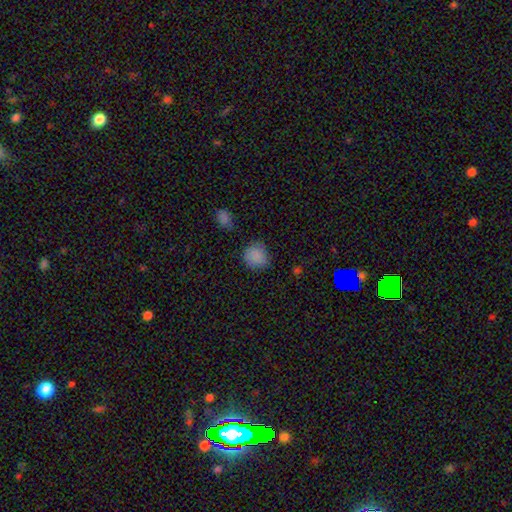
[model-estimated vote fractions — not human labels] Smooth or featured? Predicted: smooth (p=0.84). How rounded? Predicted: round (p=0.84). Merging? Predicted: none (p=0.78).